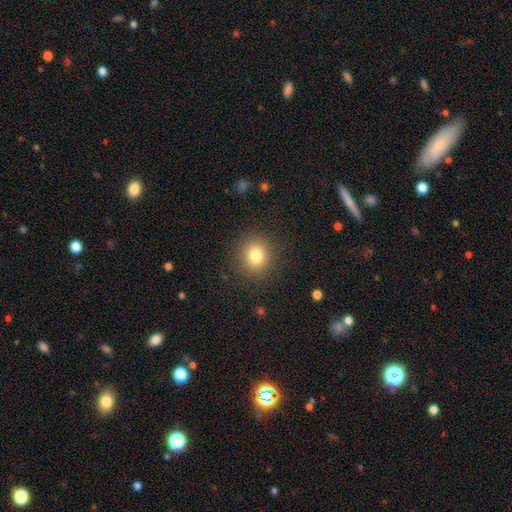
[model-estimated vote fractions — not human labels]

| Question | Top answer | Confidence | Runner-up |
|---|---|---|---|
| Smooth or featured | smooth | 80% | star or artifact (12%) |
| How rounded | round | 84% | in between (15%) |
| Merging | none | 89% | minor disturbance (7%) |